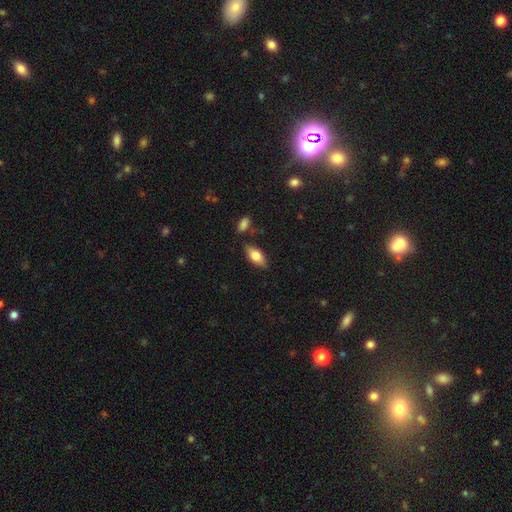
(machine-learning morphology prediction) Smooth or featured? smooth (73%)
How rounded? in between (85%)
Merging? none (80%)